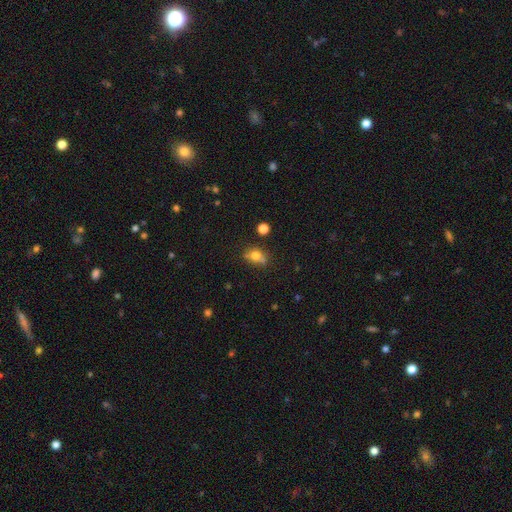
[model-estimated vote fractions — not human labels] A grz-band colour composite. It shows a smooth galaxy with no disk features (70%) that is in between round and cigar-shaped (61%). Merging: none (50%).